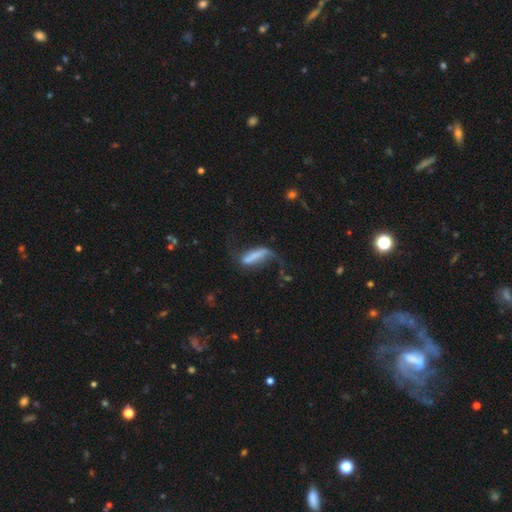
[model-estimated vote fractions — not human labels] The model was most divided on "merging": major disturbance: 39%, none: 34%, minor disturbance: 20%, merger: 7%. Remaining: smooth or featured — featured or disk (50%).